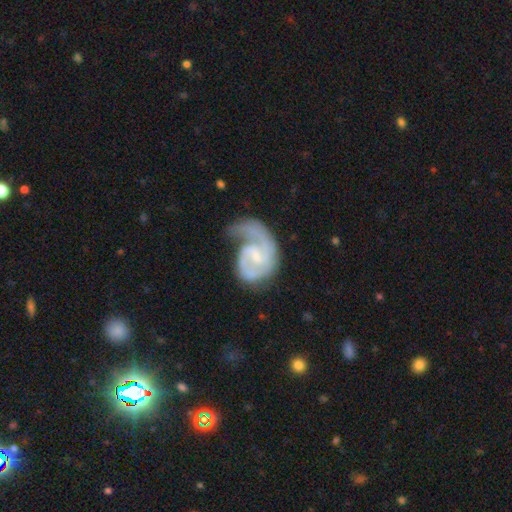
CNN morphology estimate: featured or disk 86%, smooth 9%, star or artifact 5%. Down the decision tree: edge-on disk — no (98%); bar — weak (48%); spiral arms — yes (96%); spiral arm count — 2 (52%); spiral winding — medium (45%); bulge size — small (62%); merging — none (38%).